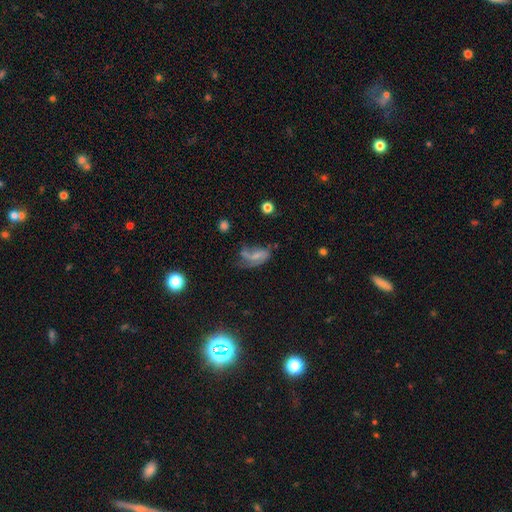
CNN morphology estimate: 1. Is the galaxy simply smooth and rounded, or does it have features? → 53% featured or disk, 34% smooth, 12% star or artifact.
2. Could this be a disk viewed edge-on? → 94% no, 6% yes.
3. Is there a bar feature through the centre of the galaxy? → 46% no, 37% weak, 17% strong.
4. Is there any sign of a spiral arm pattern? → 72% yes, 28% no.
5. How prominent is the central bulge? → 46% small, 30% none, 20% moderate, 3% large, 1% dominant.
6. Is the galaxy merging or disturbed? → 35% major disturbance, 31% none, 25% minor disturbance, 10% merger.